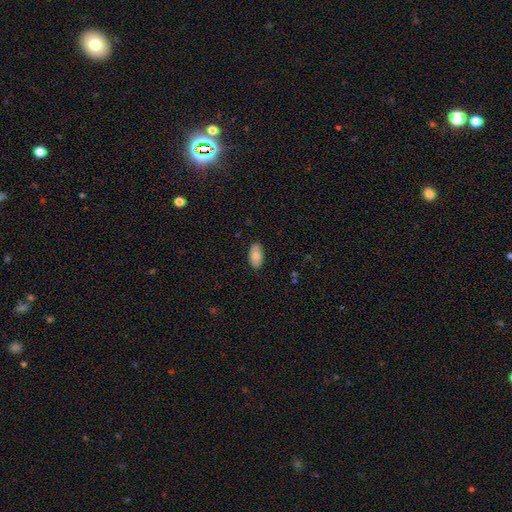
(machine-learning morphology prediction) type=smooth (79%); roundness=in between (94%); merging=none (87%).